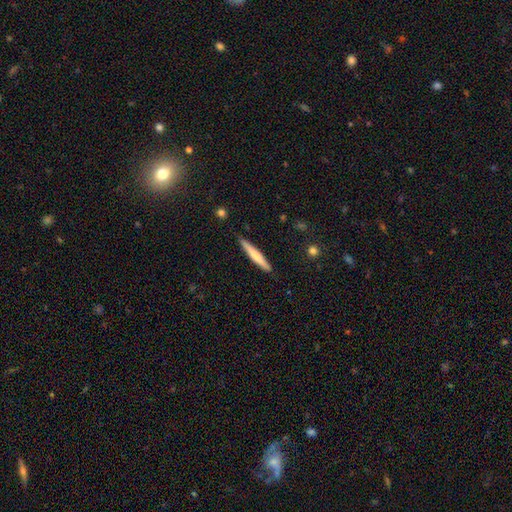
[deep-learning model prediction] smooth_or_featured: smooth (p=0.54) [alt: featured or disk p=0.40]
how_rounded: cigar-shaped (p=0.94) [alt: in between p=0.04]
merging: none (p=0.88) [alt: minor disturbance p=0.09]